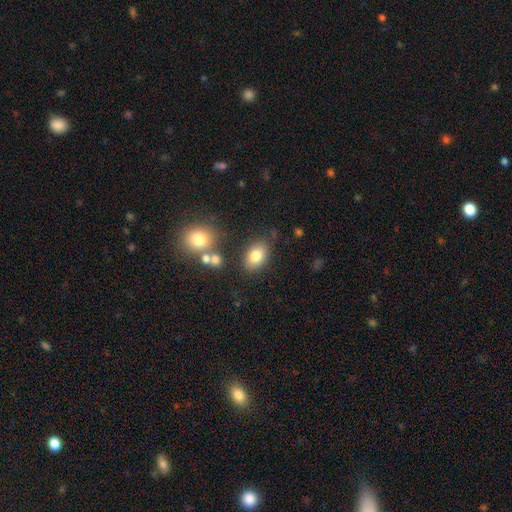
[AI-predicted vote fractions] smooth 81%, featured or disk 11%, star or artifact 9%. Down the decision tree: how rounded — in between (84%); merging — none (78%).